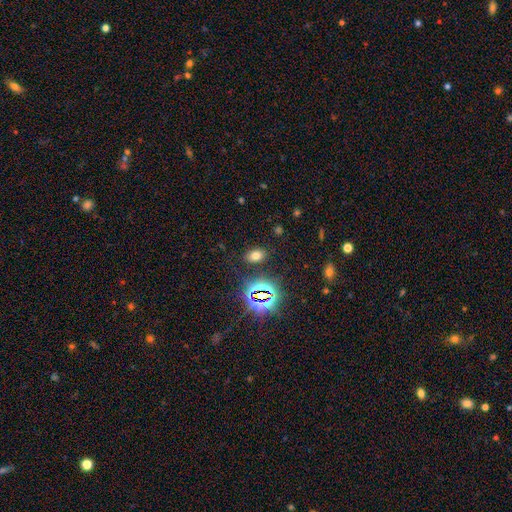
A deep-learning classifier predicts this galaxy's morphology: smooth 65%, star or artifact 26%, featured or disk 9%. Down the decision tree: how rounded — in between (83%); merging — none (86%).